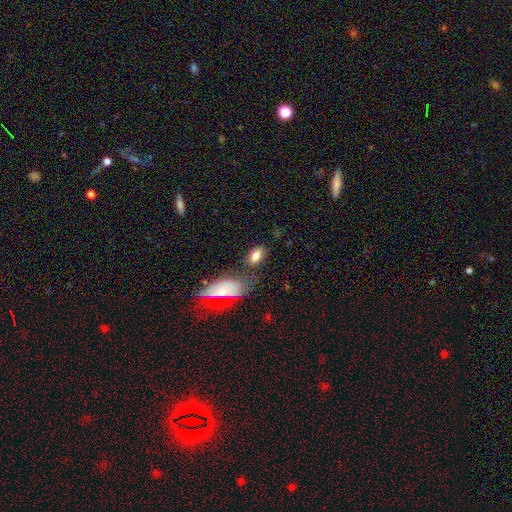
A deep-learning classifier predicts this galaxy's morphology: A smooth galaxy with no disk features (78%) that is in between round and cigar-shaped (89%).

Vote fractions:
- Smooth or featured? smooth: 78% / featured or disk: 13% / star or artifact: 9%
- How rounded? in between: 89% / round: 8% / cigar-shaped: 3%
- Merging? none: 69% / minor disturbance: 16% / merger: 10% / major disturbance: 5%